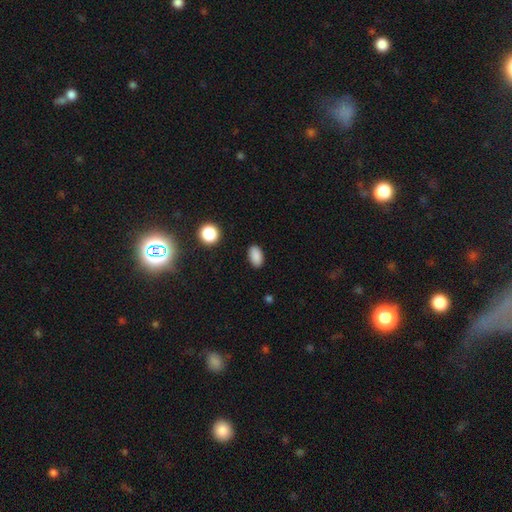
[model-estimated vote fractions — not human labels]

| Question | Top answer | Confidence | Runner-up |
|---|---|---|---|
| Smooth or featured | smooth | 87% | star or artifact (10%) |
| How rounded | in between | 91% | round (7%) |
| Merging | none | 89% | minor disturbance (8%) |